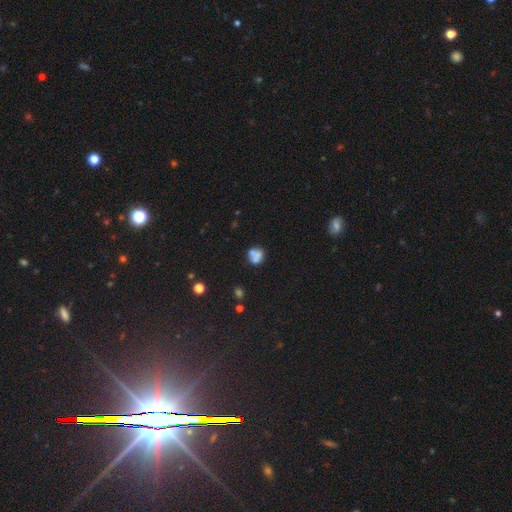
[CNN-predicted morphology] A smooth galaxy with no disk features (61%) that is round (67%). Merging: merger (43%).